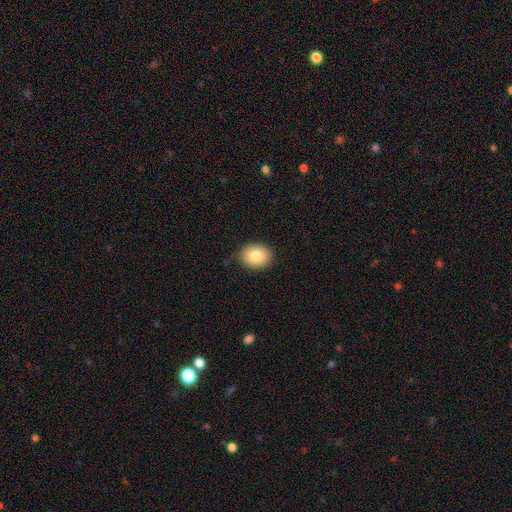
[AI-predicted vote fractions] This is clearly a smooth galaxy (83%). How rounded: possibly in between (53%). Merging: clearly none (85%).